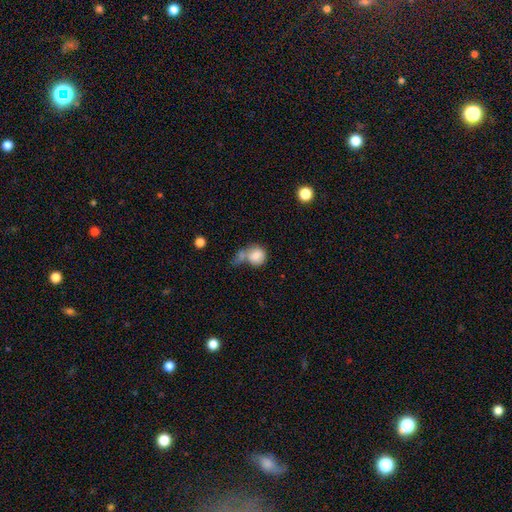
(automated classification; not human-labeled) Q: Smooth or featured?
A: smooth (81%); runner-up: featured or disk (11%)
Q: How rounded?
A: round (76%); runner-up: in between (22%)
Q: Merging?
A: merger (45%); runner-up: none (28%)